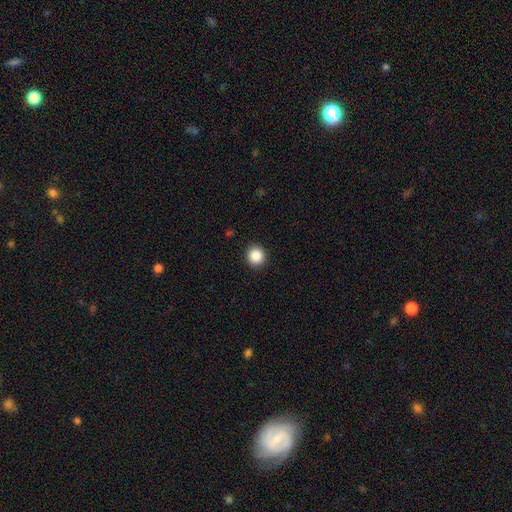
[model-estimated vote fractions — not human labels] Smooth or featured? Predicted: smooth (p=0.87). How rounded? Predicted: round (p=0.92). Merging? Predicted: none (p=0.92).